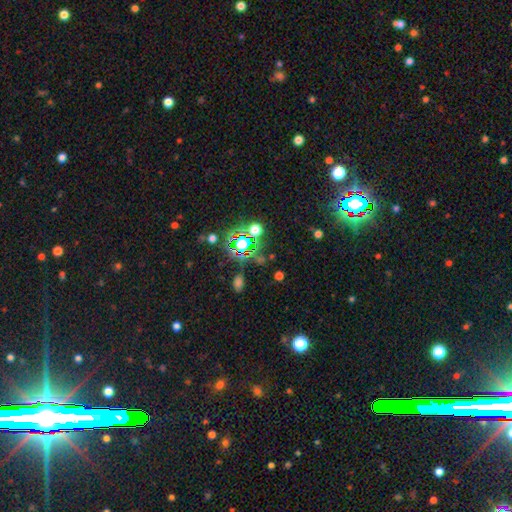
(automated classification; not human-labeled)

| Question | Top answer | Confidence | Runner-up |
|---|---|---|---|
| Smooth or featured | star or artifact | 79% | smooth (13%) |